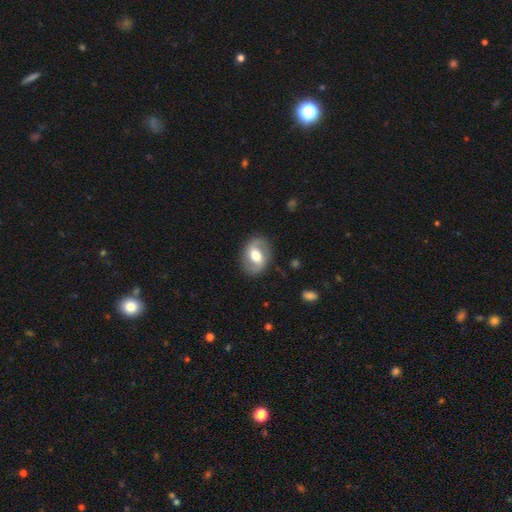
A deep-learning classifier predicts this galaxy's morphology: Q: Smooth or featured?
A: featured or disk (65%); runner-up: smooth (28%)
Q: Edge-on disk?
A: no (96%); runner-up: yes (4%)
Q: Bar?
A: weak (45%); runner-up: strong (28%)
Q: Spiral arms?
A: yes (79%); runner-up: no (21%)
Q: Bulge size?
A: moderate (55%); runner-up: large (33%)
Q: Merging?
A: none (82%); runner-up: minor disturbance (12%)